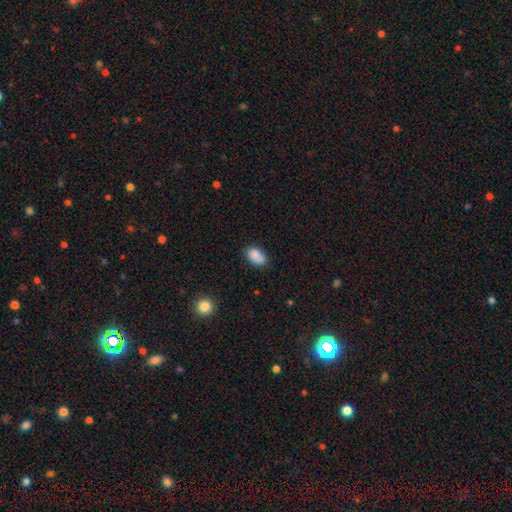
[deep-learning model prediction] This is clearly a smooth galaxy (85%). How rounded: clearly in between (88%). Merging: likely none (66%).